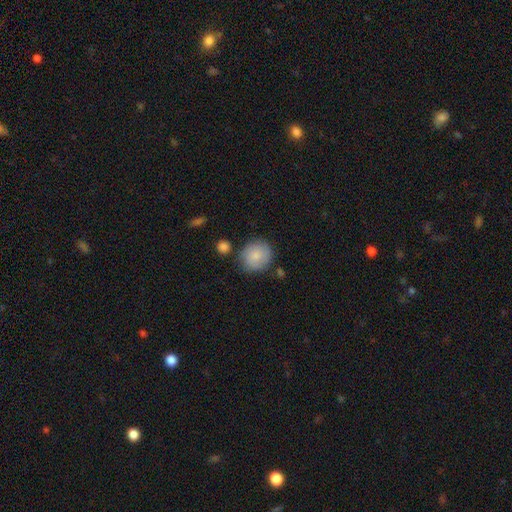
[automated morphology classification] smooth_or_featured: smooth (p=0.84) [alt: featured or disk p=0.10]
how_rounded: round (p=0.86) [alt: in between p=0.13]
merging: none (p=0.74) [alt: minor disturbance p=0.16]